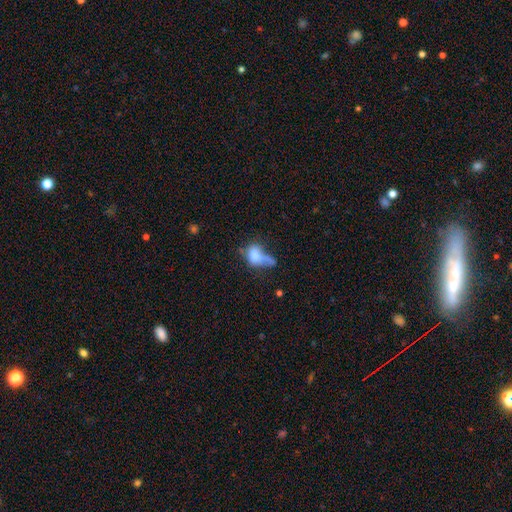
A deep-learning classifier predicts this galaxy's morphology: smooth-or-featured: smooth: 61% | featured or disk: 27% | star or artifact: 12%
  how-rounded: in between: 73% | round: 21% | cigar-shaped: 7%
  merging: major disturbance: 31% | merger: 27% | none: 23% | minor disturbance: 19%